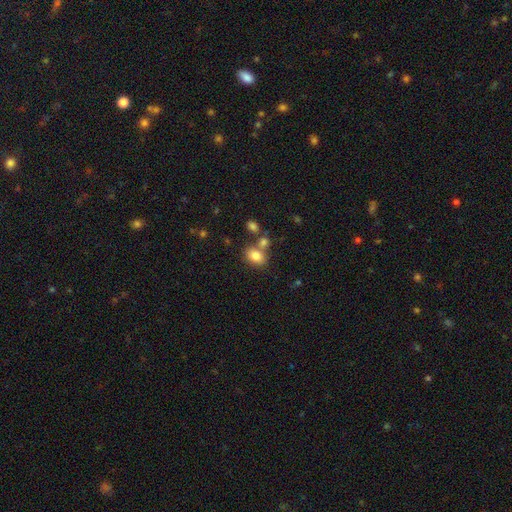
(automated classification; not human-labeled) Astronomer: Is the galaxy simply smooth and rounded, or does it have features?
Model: smooth — 81%.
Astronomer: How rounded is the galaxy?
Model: in between — 74%.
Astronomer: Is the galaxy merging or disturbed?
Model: none — 59%.